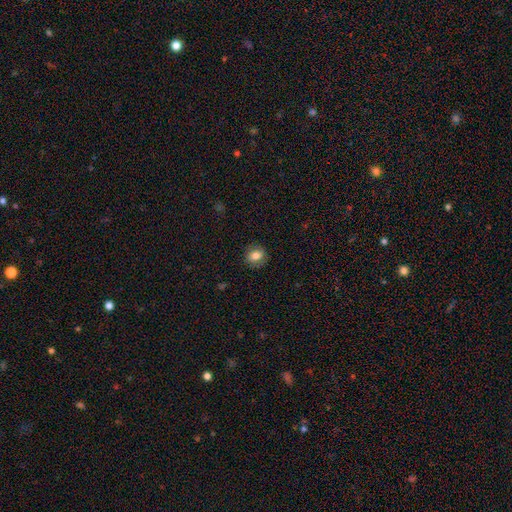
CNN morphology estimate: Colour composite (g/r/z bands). It shows a smooth galaxy with no disk features (79%) that is round (68%). Merging: none (83%).